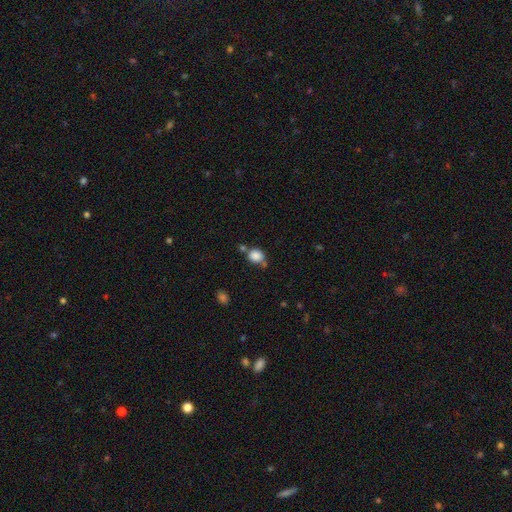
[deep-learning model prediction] smooth_or_featured: smooth (p=0.85) [alt: star or artifact p=0.10]
how_rounded: round (p=0.69) [alt: in between p=0.30]
merging: none (p=0.59) [alt: merger p=0.19]